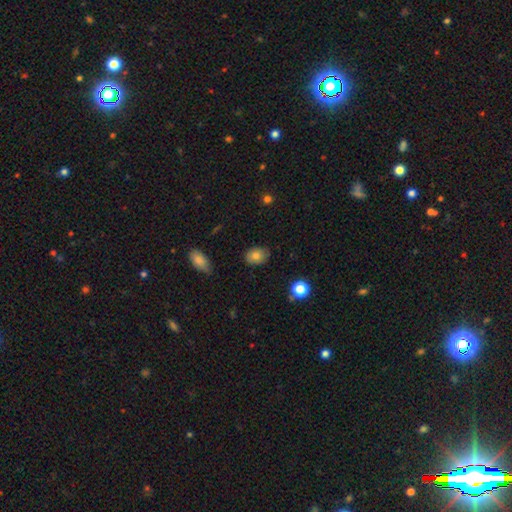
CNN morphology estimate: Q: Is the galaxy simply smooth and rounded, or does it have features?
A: smooth — 77%.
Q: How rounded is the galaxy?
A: in between — 71%.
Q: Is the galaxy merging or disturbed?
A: none — 80%.